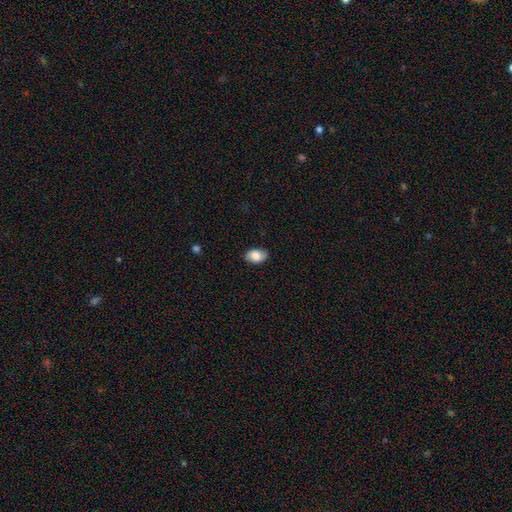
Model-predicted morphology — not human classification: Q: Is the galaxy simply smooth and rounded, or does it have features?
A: smooth — 83%.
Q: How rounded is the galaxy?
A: in between — 88%.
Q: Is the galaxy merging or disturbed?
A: none — 84%.